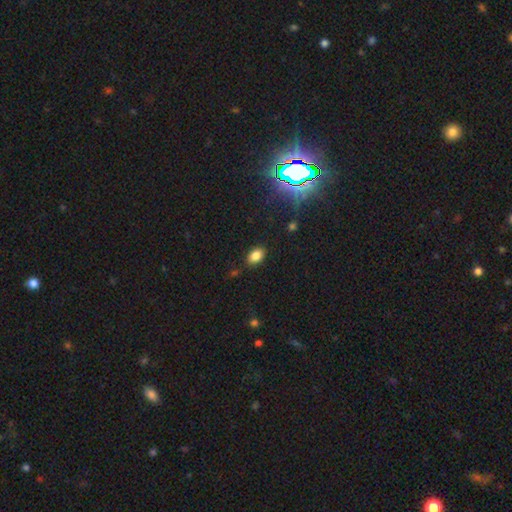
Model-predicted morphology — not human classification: smooth-or-featured: smooth: 82% | star or artifact: 12% | featured or disk: 6%
  how-rounded: in between: 84% | round: 14% | cigar-shaped: 1%
  merging: none: 85% | minor disturbance: 11% | major disturbance: 3% | merger: 2%